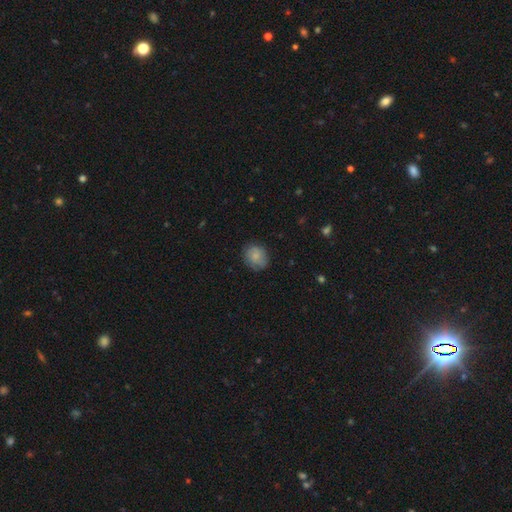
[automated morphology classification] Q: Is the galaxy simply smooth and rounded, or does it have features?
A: smooth — 80%.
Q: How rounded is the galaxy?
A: round — 74%.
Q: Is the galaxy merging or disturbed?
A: none — 79%.